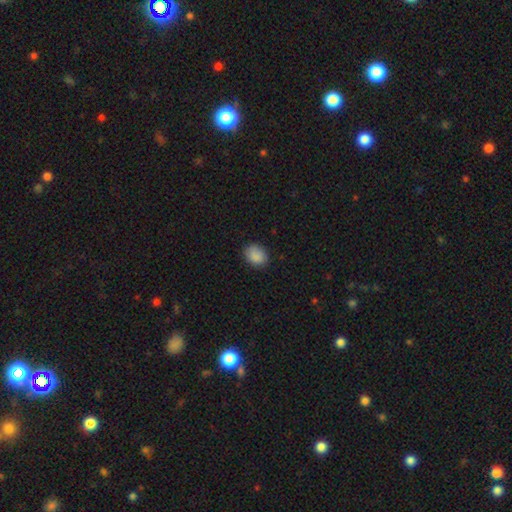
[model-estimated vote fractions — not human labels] Overall: smooth (88%). How rounded: in between (57%; round 42%). Merging: none (83%).